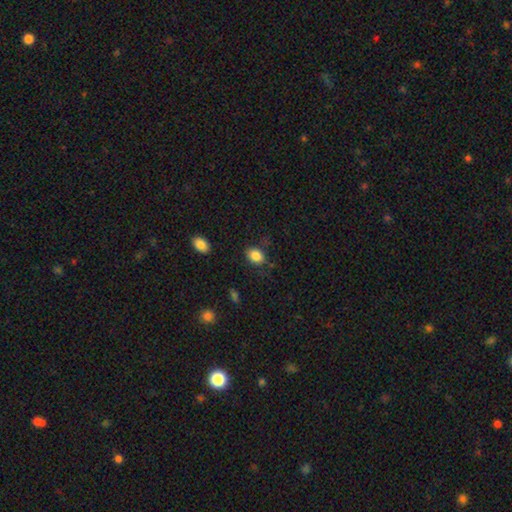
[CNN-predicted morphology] The model was most divided on "how rounded": in between: 69%, round: 30%, cigar-shaped: 1%. More confident: smooth or featured — smooth (86%); merging — none (74%).